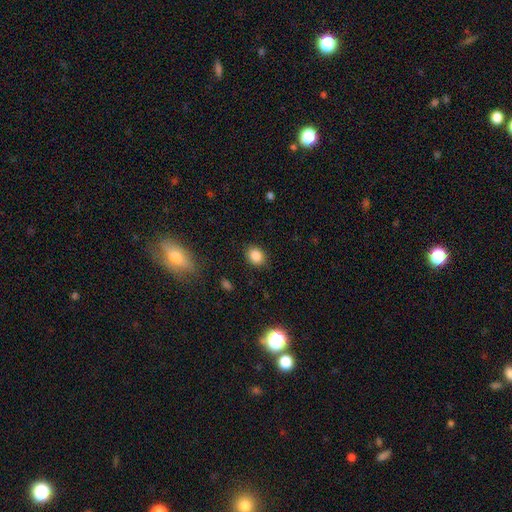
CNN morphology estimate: Overall: smooth (86%). How rounded: in between (51%; round 48%). Merging: none (85%).